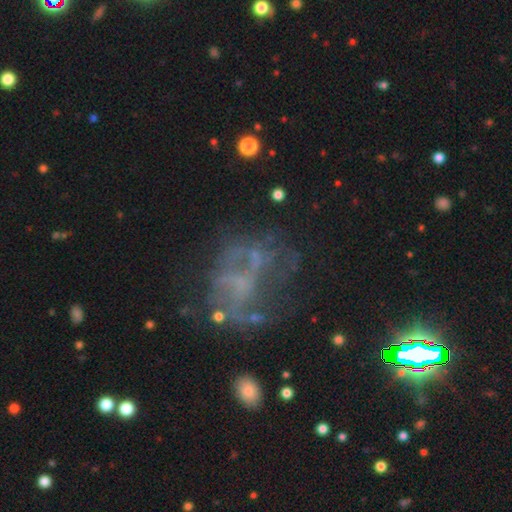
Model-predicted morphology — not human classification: This appears to be a featured or disk galaxy (65%) with no bar (68%), spiral arms (51%) and no central bulge (61%). Merging: none (44%).